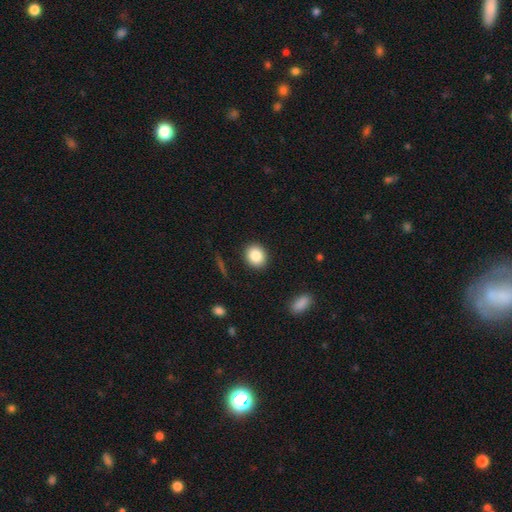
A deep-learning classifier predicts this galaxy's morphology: Smooth or featured?
  - smooth: 86% *
  - star or artifact: 9%
  - featured or disk: 6%
How rounded?
  - round: 65% *
  - in between: 34%
  - cigar-shaped: 1%
Merging?
  - none: 90% *
  - minor disturbance: 7%
  - major disturbance: 2%
  - merger: 1%